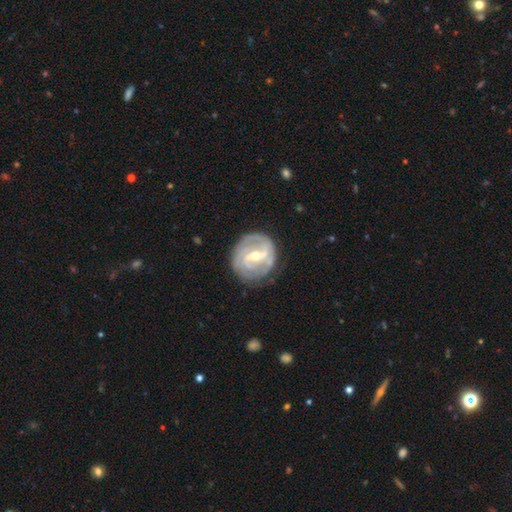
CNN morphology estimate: Smooth or featured: featured or disk — 85% (smooth — 10%)
Edge-on disk: no — 97% (yes — 3%)
Bar: weak — 46% (strong — 38%)
Spiral arms: yes — 91% (no — 9%)
Spiral winding: tight — 49% (medium — 38%)
Spiral arm count: 2 — 52% (can't tell — 21%)
Bulge size: moderate — 49% (small — 48%)
Merging: none — 77% (minor disturbance — 16%)